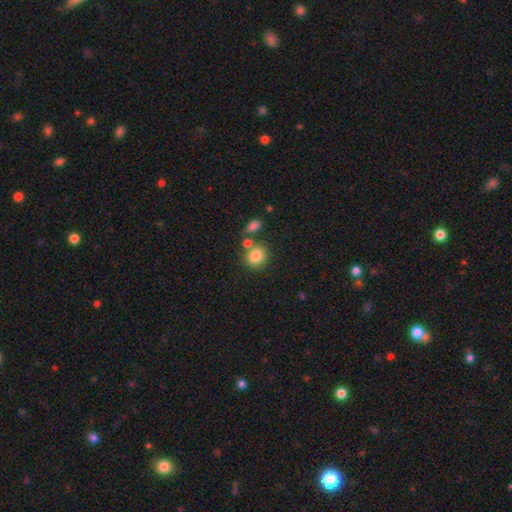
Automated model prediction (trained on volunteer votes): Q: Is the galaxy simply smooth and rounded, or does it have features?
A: smooth — 82%.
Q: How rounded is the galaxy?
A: round — 75%.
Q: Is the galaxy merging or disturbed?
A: none — 66%.